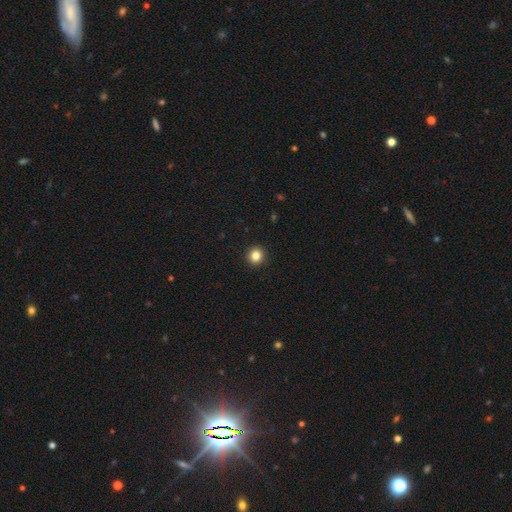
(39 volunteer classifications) A smooth galaxy with no disk features (82%) that is round (94%). Merging: none (97%).